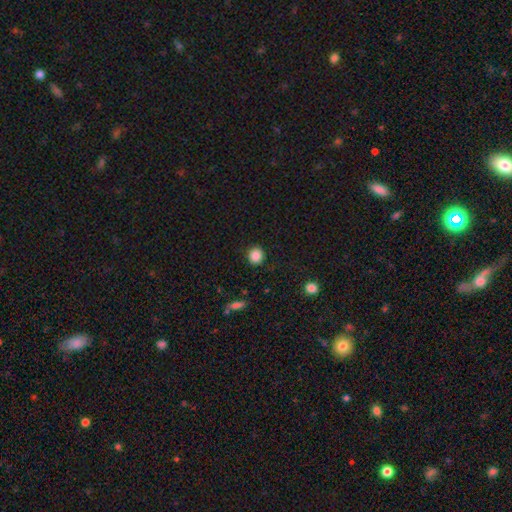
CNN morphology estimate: This is clearly a smooth galaxy (87%). How rounded: clearly round (86%). Merging: clearly none (90%).